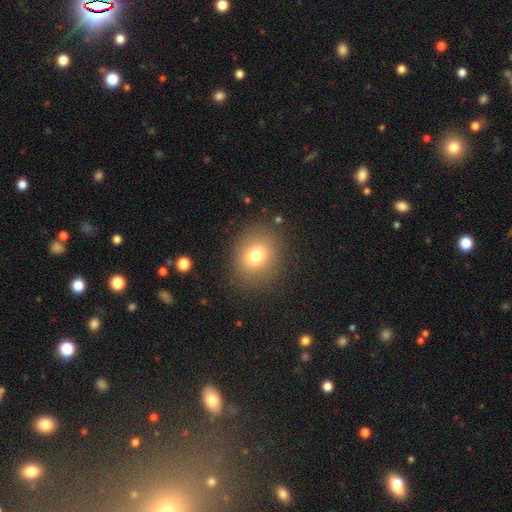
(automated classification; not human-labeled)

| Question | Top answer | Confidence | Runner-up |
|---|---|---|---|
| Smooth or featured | smooth | 75% | star or artifact (13%) |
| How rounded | round | 64% | in between (35%) |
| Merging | none | 85% | minor disturbance (9%) |